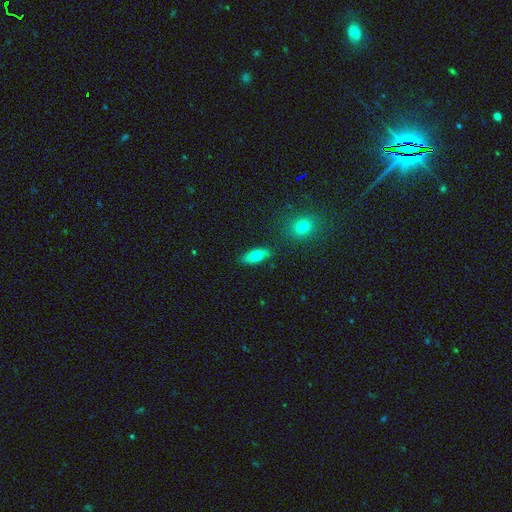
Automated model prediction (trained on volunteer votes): A smooth galaxy with no disk features (74%) that is in between round and cigar-shaped (77%). Merging: none (84%).